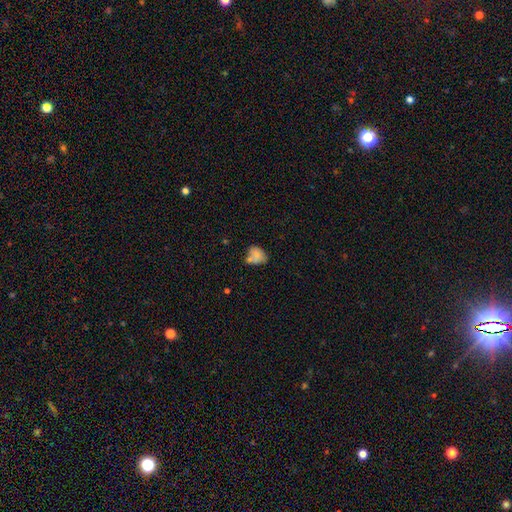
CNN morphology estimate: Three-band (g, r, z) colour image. It shows a smooth galaxy with no disk features (73%) that is in between round and cigar-shaped (51%). Merging: none (41%).